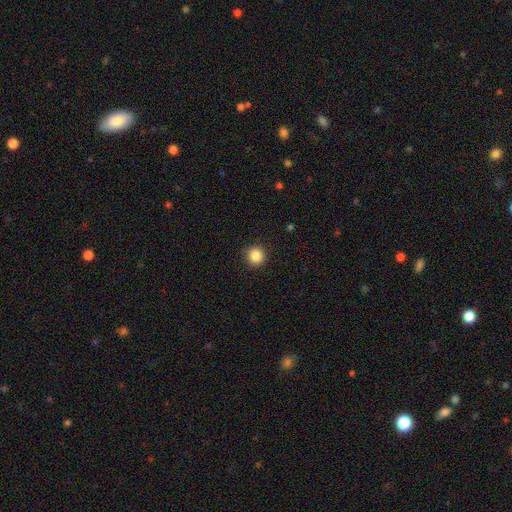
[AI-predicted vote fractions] Q: Smooth or featured?
A: smooth (87%); runner-up: star or artifact (10%)
Q: How rounded?
A: round (92%); runner-up: in between (7%)
Q: Merging?
A: none (90%); runner-up: minor disturbance (7%)